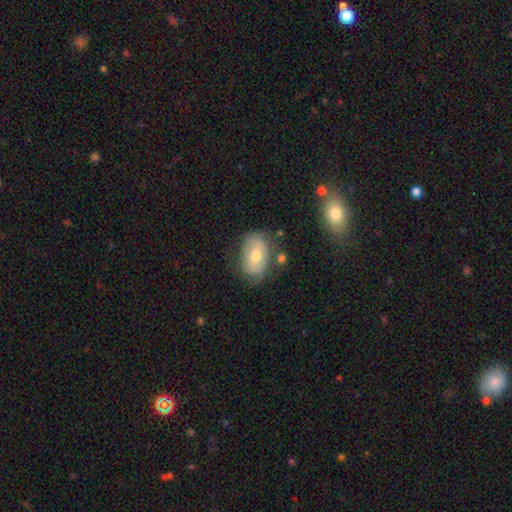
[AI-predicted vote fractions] A smooth galaxy with no disk features (53%) that is in between round and cigar-shaped (84%). Merging: none (71%).